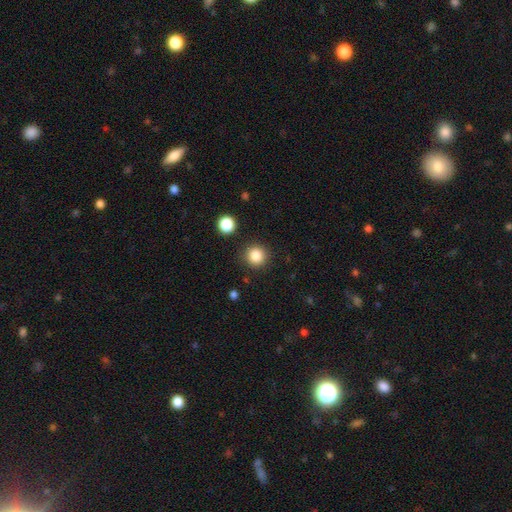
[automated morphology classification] Overall: smooth (85%). How rounded: round (94%). Merging: none (88%).